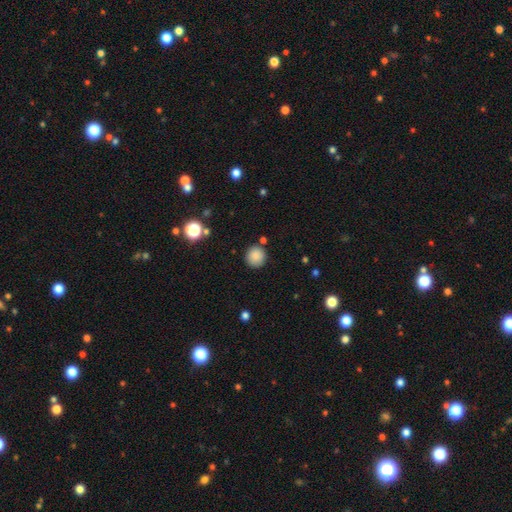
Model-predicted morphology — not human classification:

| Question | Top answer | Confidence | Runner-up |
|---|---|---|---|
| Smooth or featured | smooth | 86% | star or artifact (10%) |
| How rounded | round | 94% | in between (5%) |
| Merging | none | 85% | minor disturbance (8%) |